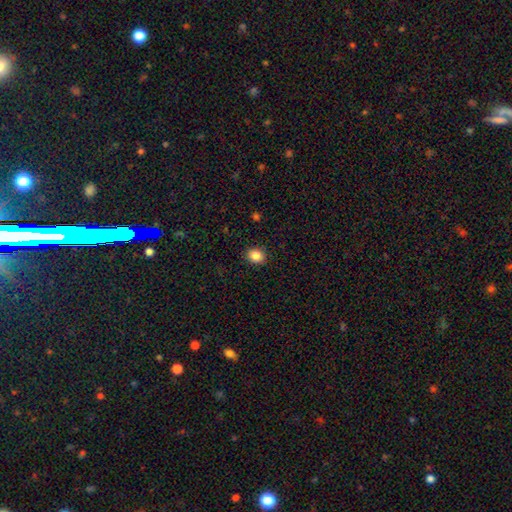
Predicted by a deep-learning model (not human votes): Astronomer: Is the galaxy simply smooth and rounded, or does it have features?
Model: smooth — 86%.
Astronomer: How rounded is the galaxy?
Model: round — 62% (runner-up: in between, 38%).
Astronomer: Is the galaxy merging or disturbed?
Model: none — 90%.